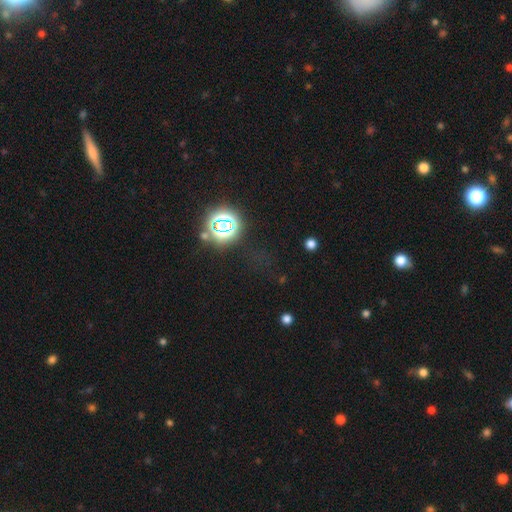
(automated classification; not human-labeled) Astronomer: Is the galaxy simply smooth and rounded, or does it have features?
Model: star or artifact — 74%.